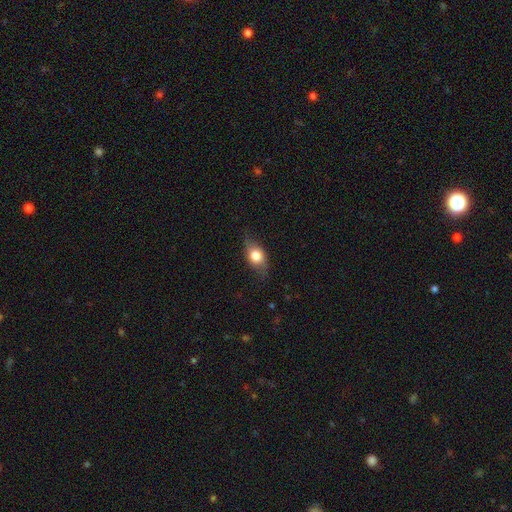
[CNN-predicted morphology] Smooth or featured?
  - smooth: 67% *
  - featured or disk: 25%
  - star or artifact: 8%
How rounded?
  - in between: 70% *
  - round: 25%
  - cigar-shaped: 5%
Merging?
  - none: 71% *
  - minor disturbance: 22%
  - major disturbance: 6%
  - merger: 1%